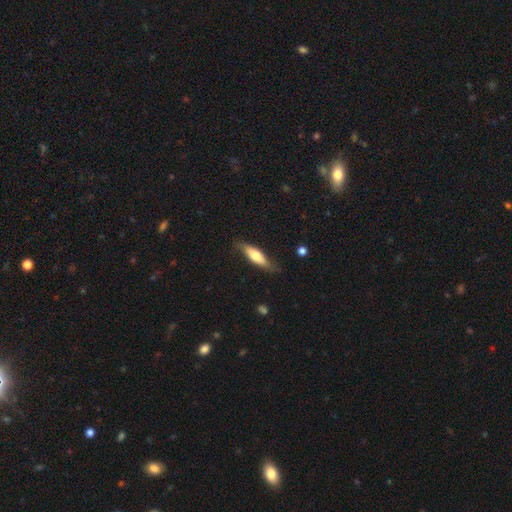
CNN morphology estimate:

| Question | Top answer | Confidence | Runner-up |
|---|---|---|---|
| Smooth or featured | smooth | 60% | featured or disk (34%) |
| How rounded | cigar-shaped | 53% | in between (45%) |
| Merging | none | 72% | minor disturbance (22%) |